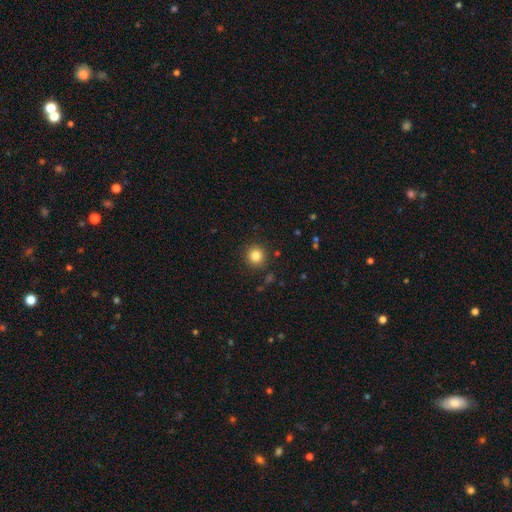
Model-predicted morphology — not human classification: smooth_or_featured: smooth (p=0.84) [alt: star or artifact p=0.11]
how_rounded: round (p=0.94) [alt: in between p=0.05]
merging: none (p=0.91) [alt: minor disturbance p=0.06]